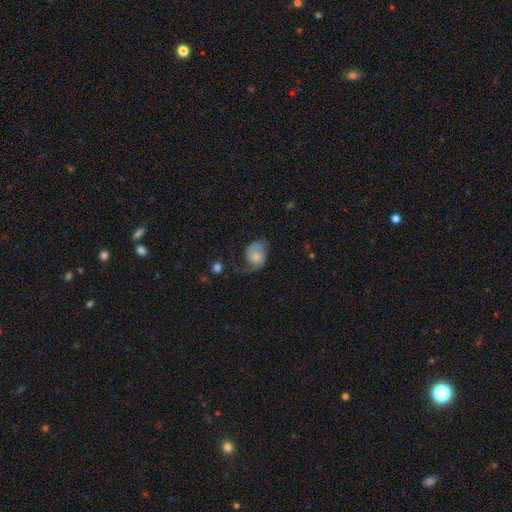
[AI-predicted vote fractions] Morphology: type=smooth (53%); roundness=in between (63%); merging=major disturbance (39%).